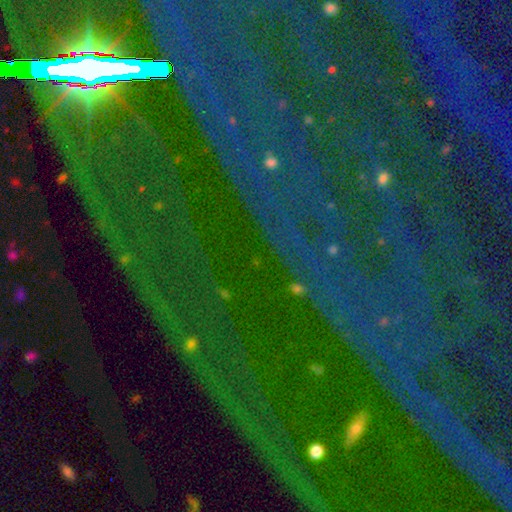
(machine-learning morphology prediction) Overall: star or artifact (84%).